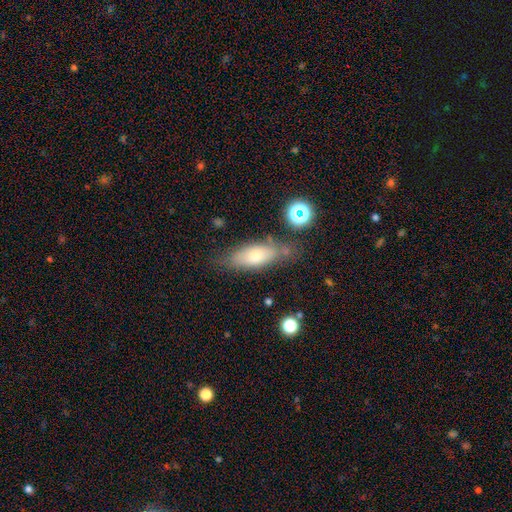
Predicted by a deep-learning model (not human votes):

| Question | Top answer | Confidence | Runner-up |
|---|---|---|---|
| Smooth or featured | smooth | 67% | featured or disk (23%) |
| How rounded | in between | 67% | cigar-shaped (29%) |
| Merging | none | 68% | minor disturbance (19%) |